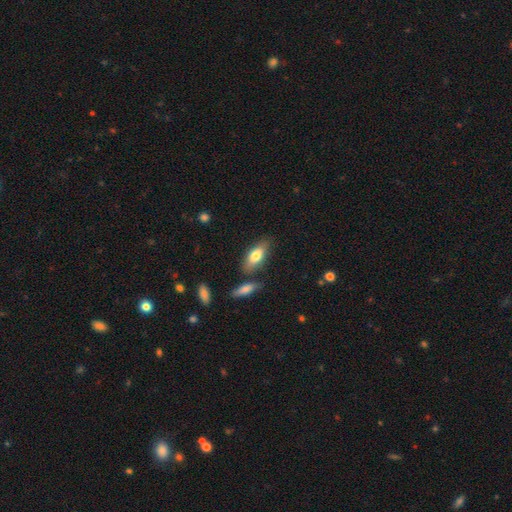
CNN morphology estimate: Smooth or featured: smooth — 75% (featured or disk — 18%)
How rounded: in between — 79% (cigar-shaped — 18%)
Merging: none — 71% (minor disturbance — 15%)